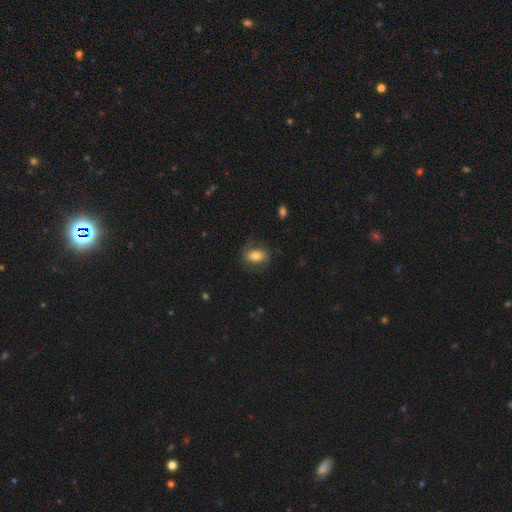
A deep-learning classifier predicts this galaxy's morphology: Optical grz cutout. It shows a smooth galaxy with no disk features (62%) that is in between round and cigar-shaped (75%). Merging: none (71%).